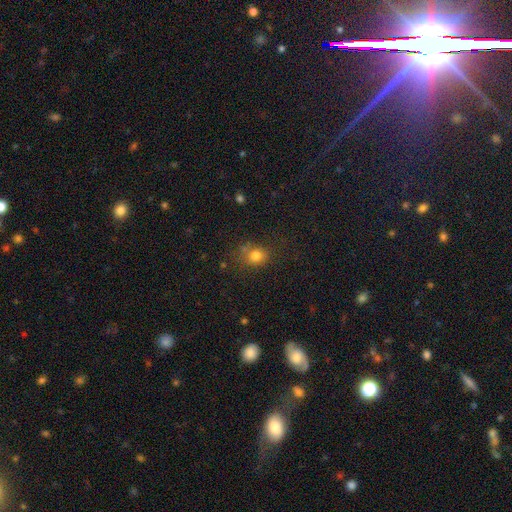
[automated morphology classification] smooth_or_featured: smooth (p=0.79) [alt: star or artifact p=0.14]
how_rounded: round (p=0.69) [alt: in between p=0.30]
merging: none (p=0.70) [alt: minor disturbance p=0.18]